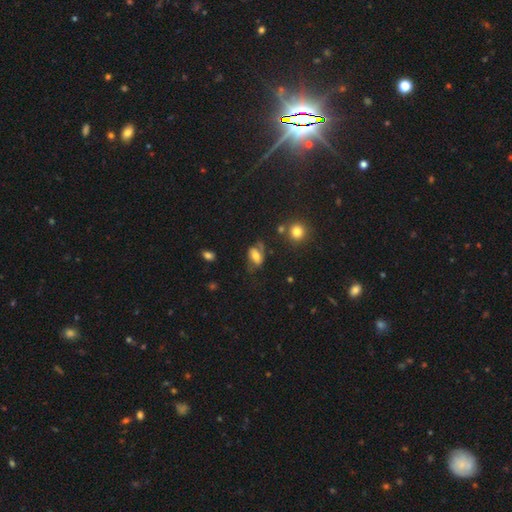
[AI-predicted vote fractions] A smooth galaxy with no disk features (55%) that is in between round and cigar-shaped (84%). Merging: none (45%).